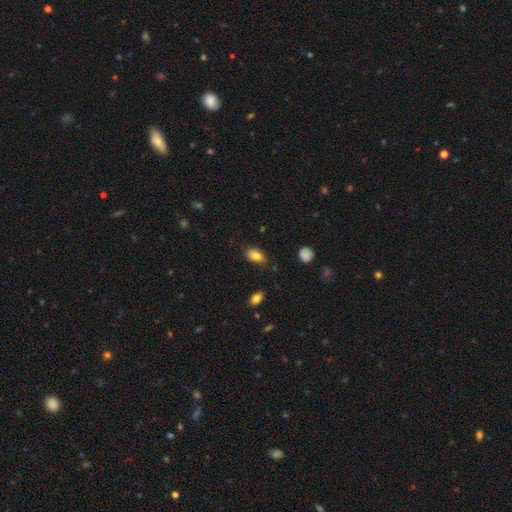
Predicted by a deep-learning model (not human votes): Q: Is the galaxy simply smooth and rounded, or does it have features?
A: smooth — 81%.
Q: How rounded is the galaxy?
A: in between — 91%.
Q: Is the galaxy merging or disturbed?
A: none — 77%.